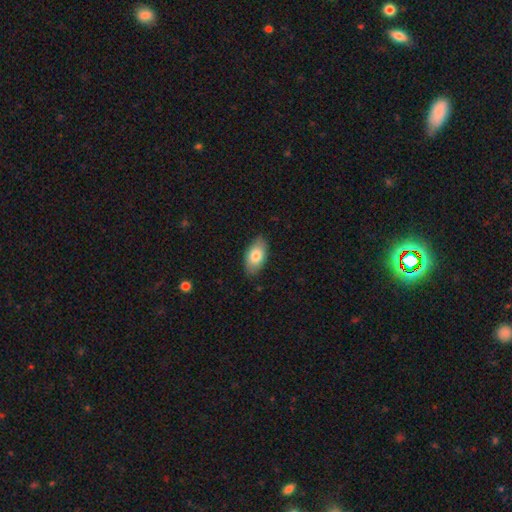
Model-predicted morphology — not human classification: Smooth or featured? Predicted: smooth (p=0.79). How rounded? Predicted: in between (p=0.94). Merging? Predicted: none (p=0.85).